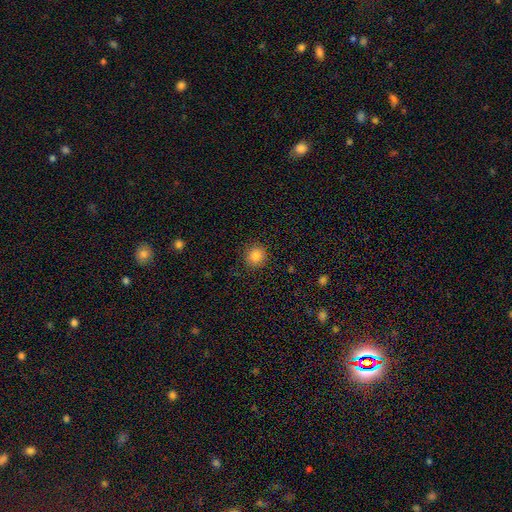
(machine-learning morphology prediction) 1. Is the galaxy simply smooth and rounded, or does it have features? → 85% smooth, 11% star or artifact, 4% featured or disk.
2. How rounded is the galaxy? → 88% round, 11% in between, 1% cigar-shaped.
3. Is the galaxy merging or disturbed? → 89% none, 7% minor disturbance, 2% major disturbance, 1% merger.